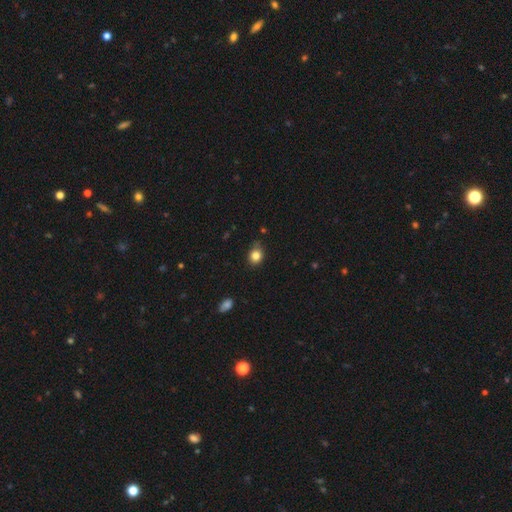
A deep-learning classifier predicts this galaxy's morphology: smooth_or_featured: smooth (p=0.83) [alt: star or artifact p=0.11]
how_rounded: round (p=0.64) [alt: in between p=0.35]
merging: none (p=0.71) [alt: minor disturbance p=0.23]